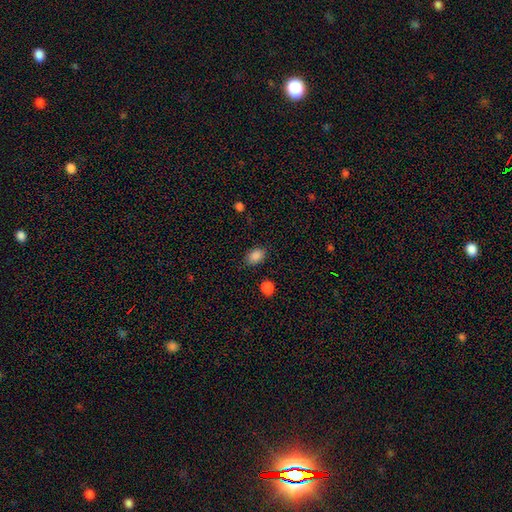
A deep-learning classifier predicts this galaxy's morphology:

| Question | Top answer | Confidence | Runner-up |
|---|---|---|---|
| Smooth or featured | smooth | 87% | star or artifact (9%) |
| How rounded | in between | 75% | round (24%) |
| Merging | none | 80% | minor disturbance (14%) |